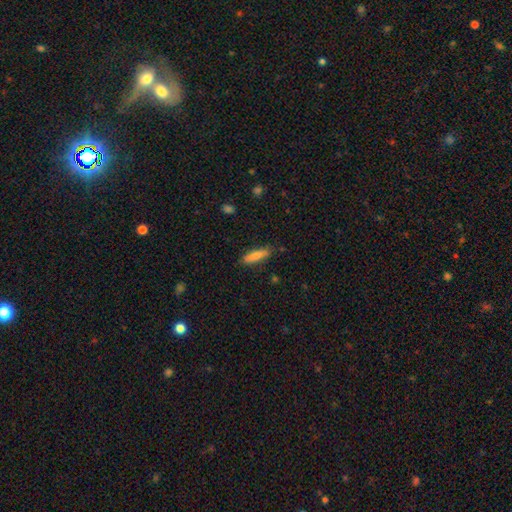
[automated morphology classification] smooth_or_featured: smooth (p=0.76) [alt: featured or disk p=0.17]
how_rounded: cigar-shaped (p=0.66) [alt: in between p=0.33]
merging: none (p=0.81) [alt: minor disturbance p=0.14]